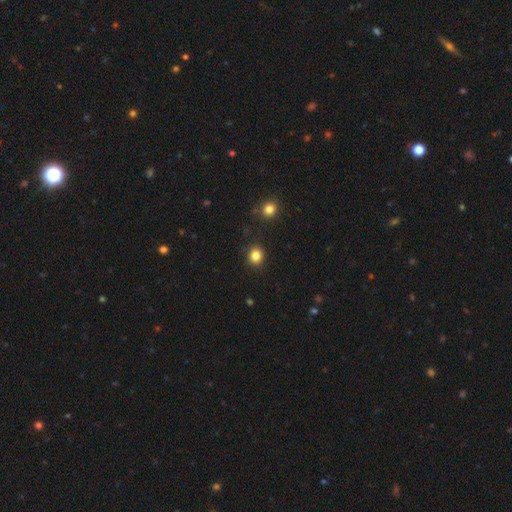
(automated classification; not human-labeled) Smooth or featured?
  - smooth: 84% *
  - star or artifact: 12%
  - featured or disk: 5%
How rounded?
  - round: 85% *
  - in between: 14%
  - cigar-shaped: 1%
Merging?
  - none: 90% *
  - minor disturbance: 6%
  - major disturbance: 2%
  - merger: 2%